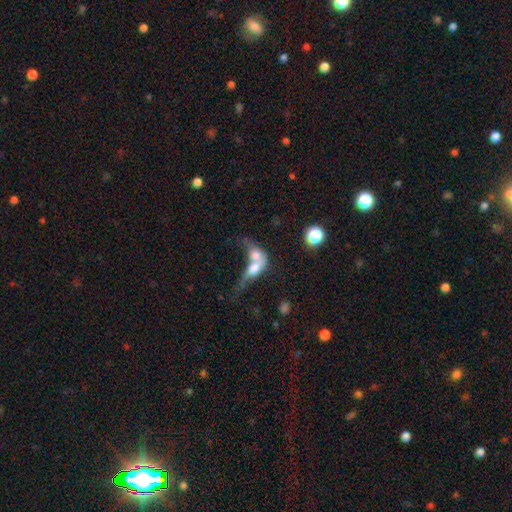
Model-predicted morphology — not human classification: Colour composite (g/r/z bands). It shows a smooth galaxy with no disk features (61%) that is in between round and cigar-shaped (60%). Merging: merger (79%).